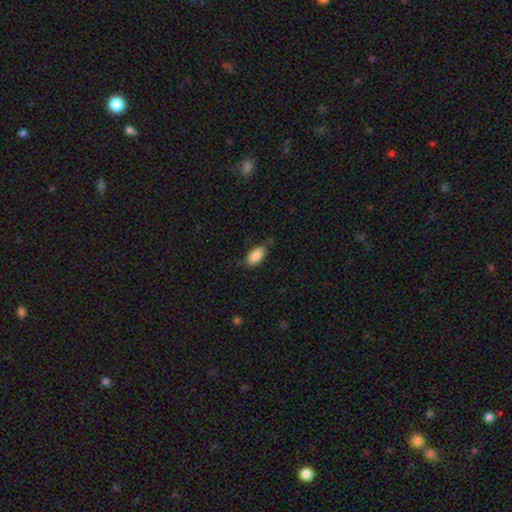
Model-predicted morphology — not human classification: Smooth or featured? smooth (87%)
How rounded? in between (93%)
Merging? none (70%)